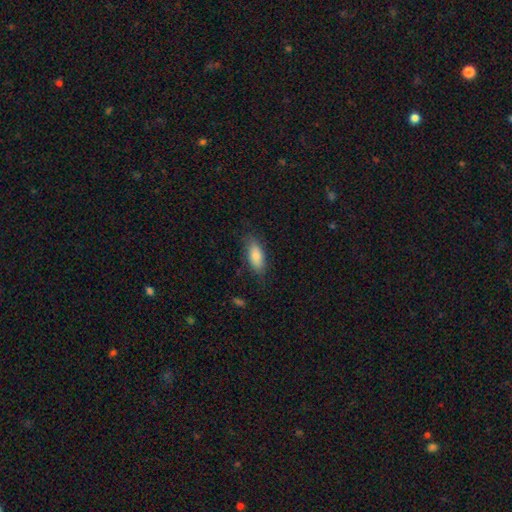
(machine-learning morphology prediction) A smooth galaxy with no disk features (82%) that is in between round and cigar-shaped (79%).

Vote fractions:
- Smooth or featured? smooth: 82% / featured or disk: 11% / star or artifact: 7%
- How rounded? in between: 79% / cigar-shaped: 18% / round: 2%
- Merging? none: 77% / minor disturbance: 17% / major disturbance: 4% / merger: 1%